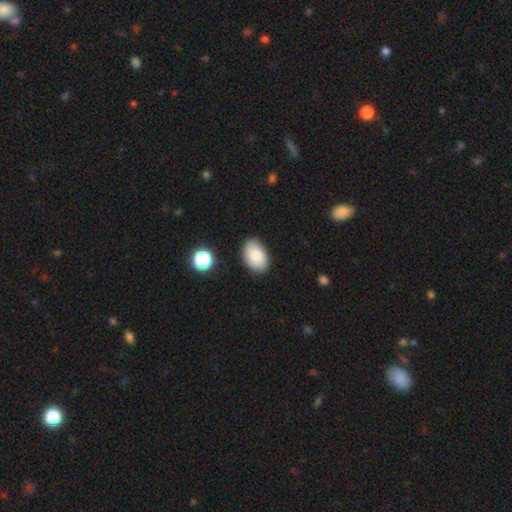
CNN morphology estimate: A smooth galaxy with no disk features (85%) that is in between round and cigar-shaped (91%).

Vote fractions:
- Smooth or featured? smooth: 85% / featured or disk: 8% / star or artifact: 7%
- How rounded? in between: 91% / round: 8% / cigar-shaped: 1%
- Merging? none: 85% / minor disturbance: 11% / major disturbance: 2% / merger: 2%